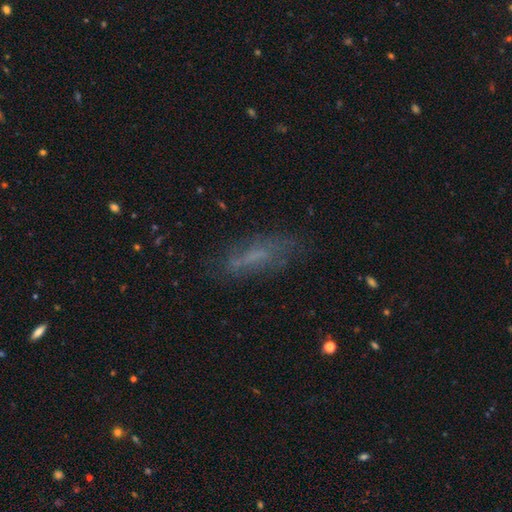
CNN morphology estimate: A smooth galaxy with no disk features (50%). Merging: none (62%).